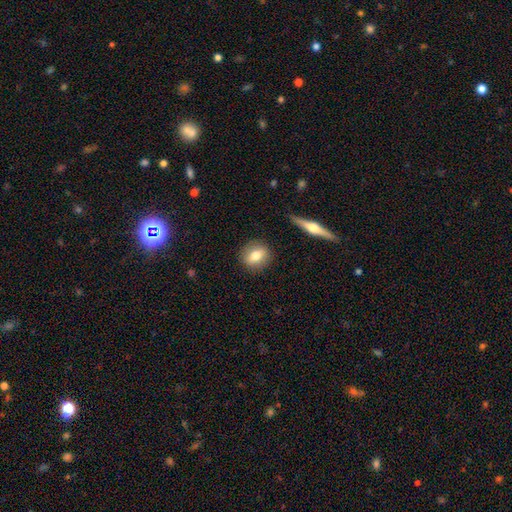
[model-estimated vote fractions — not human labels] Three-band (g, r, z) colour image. It shows a smooth galaxy with no disk features (72%) that is round (62%). Merging: none (87%).